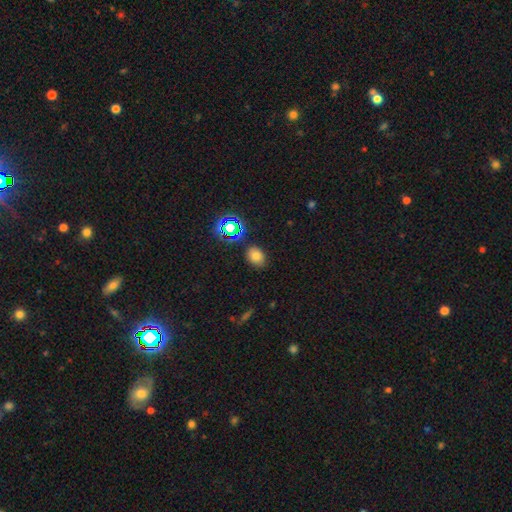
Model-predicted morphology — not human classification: A smooth galaxy with no disk features (73%) that is in between round and cigar-shaped (62%). Merging: none (84%).